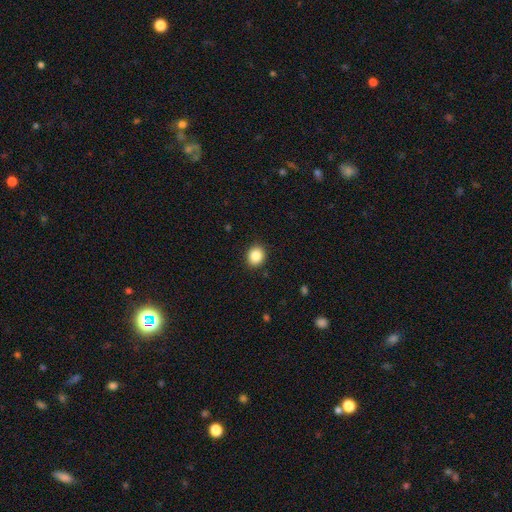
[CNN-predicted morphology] Smooth or featured: smooth — 86% (star or artifact — 9%)
How rounded: round — 72% (in between — 27%)
Merging: none — 91% (minor disturbance — 6%)